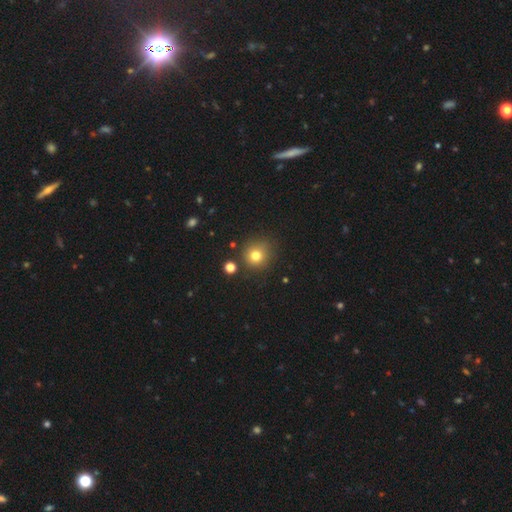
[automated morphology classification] This appears to be a smooth galaxy with no disk features (76%) that is round (91%). Merging: none (81%).